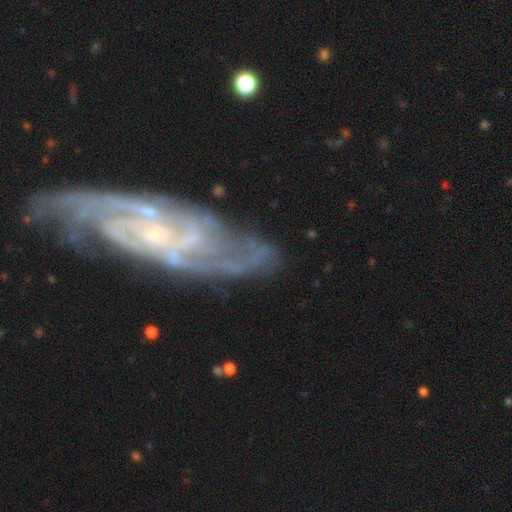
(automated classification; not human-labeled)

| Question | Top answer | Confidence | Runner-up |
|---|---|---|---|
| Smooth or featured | featured or disk | 79% | smooth (12%) |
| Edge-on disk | no | 91% | yes (9%) |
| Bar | no | 56% | weak (32%) |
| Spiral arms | yes | 86% | no (14%) |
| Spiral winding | tight | 40% | medium (39%) |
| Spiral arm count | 2 | 35% | can't tell (30%) |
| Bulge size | small | 56% | none (20%) |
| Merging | none | 54% | minor disturbance (20%) |